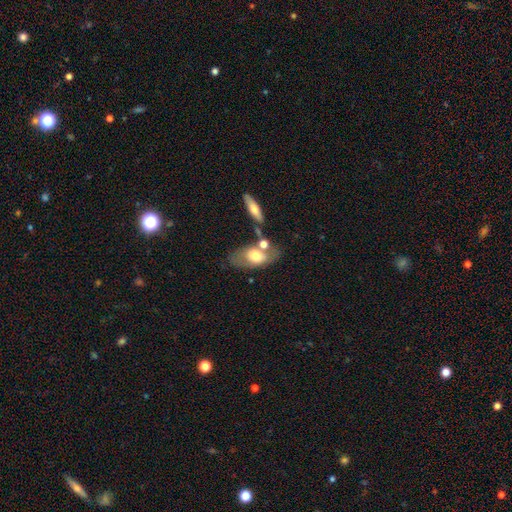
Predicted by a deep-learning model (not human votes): smooth-or-featured: smooth: 60% | featured or disk: 33% | star or artifact: 6%
  how-rounded: in between: 87% | round: 8% | cigar-shaped: 5%
  merging: none: 50% | merger: 25% | minor disturbance: 17% | major disturbance: 8%